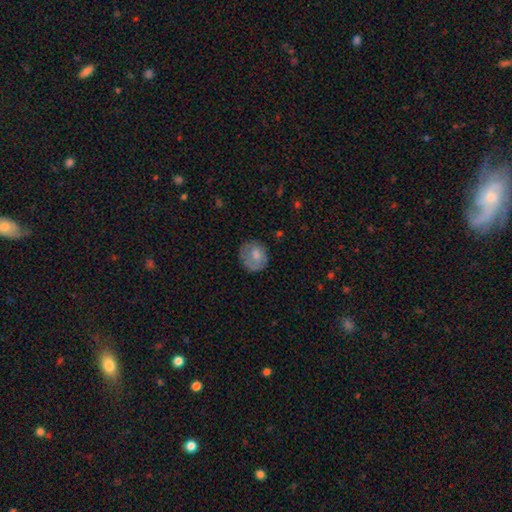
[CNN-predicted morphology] This is likely a smooth galaxy (69%). How rounded: likely round (76%). Merging: likely none (62%).